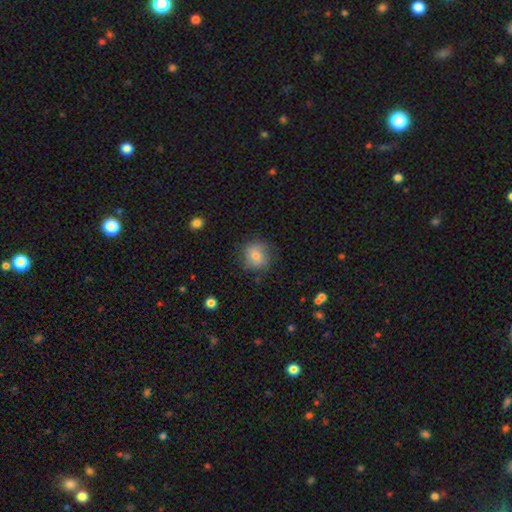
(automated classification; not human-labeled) smooth 74%, featured or disk 17%, star or artifact 10%. Down the decision tree: how rounded — round (84%); merging — none (79%).